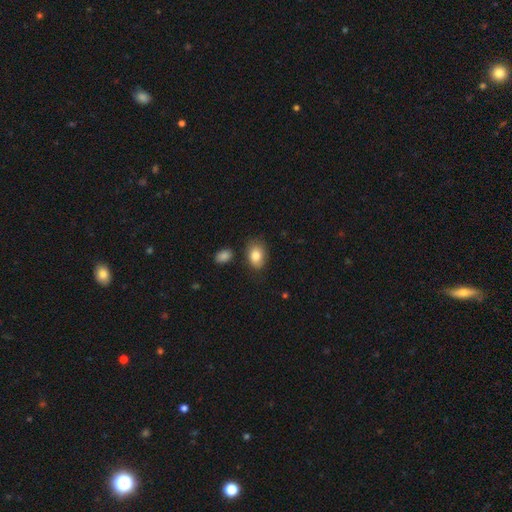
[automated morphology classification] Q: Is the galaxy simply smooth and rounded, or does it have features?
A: smooth — 84%.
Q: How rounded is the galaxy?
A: in between — 81%.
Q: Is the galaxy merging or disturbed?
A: none — 75%.